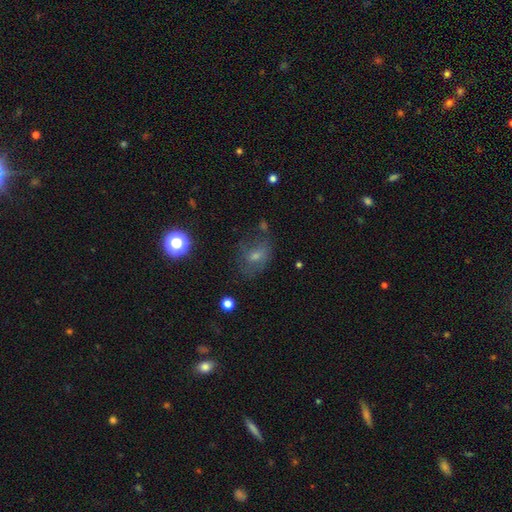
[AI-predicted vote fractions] smooth-or-featured: smooth: 47% | featured or disk: 29% | star or artifact: 25%
  merging: none: 59% | minor disturbance: 22% | major disturbance: 15% | merger: 4%